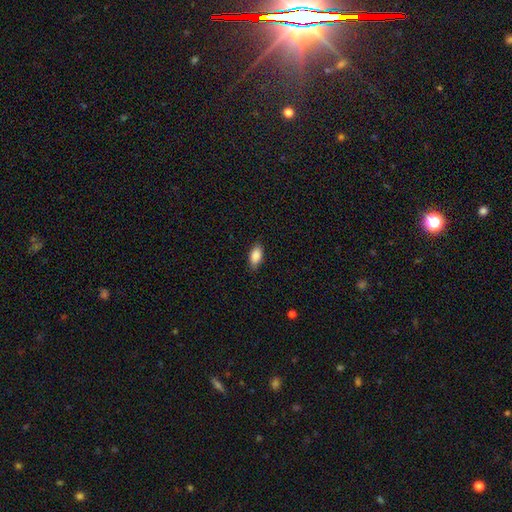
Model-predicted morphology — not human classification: A smooth galaxy with no disk features (87%) that is in between round and cigar-shaped (90%).

Vote fractions:
- Smooth or featured? smooth: 87% / star or artifact: 7% / featured or disk: 7%
- How rounded? in between: 90% / cigar-shaped: 6% / round: 3%
- Merging? none: 86% / minor disturbance: 11% / major disturbance: 2% / merger: 1%